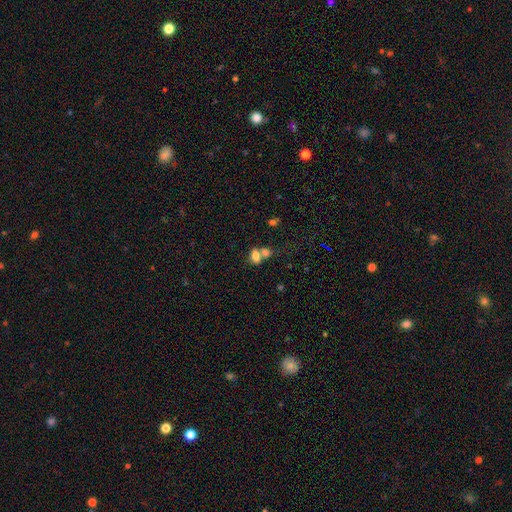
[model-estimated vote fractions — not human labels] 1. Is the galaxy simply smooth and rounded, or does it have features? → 76% smooth, 13% featured or disk, 10% star or artifact.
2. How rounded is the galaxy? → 77% in between, 21% round, 2% cigar-shaped.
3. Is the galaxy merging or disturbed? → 54% merger, 32% none, 10% minor disturbance, 5% major disturbance.